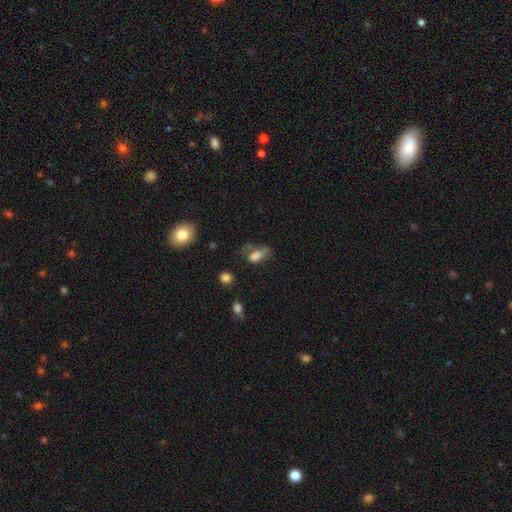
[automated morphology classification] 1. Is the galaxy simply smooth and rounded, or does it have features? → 67% smooth, 19% featured or disk, 14% star or artifact.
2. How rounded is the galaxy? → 82% in between, 9% cigar-shaped, 9% round.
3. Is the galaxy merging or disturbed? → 35% major disturbance, 29% none, 24% minor disturbance, 11% merger.